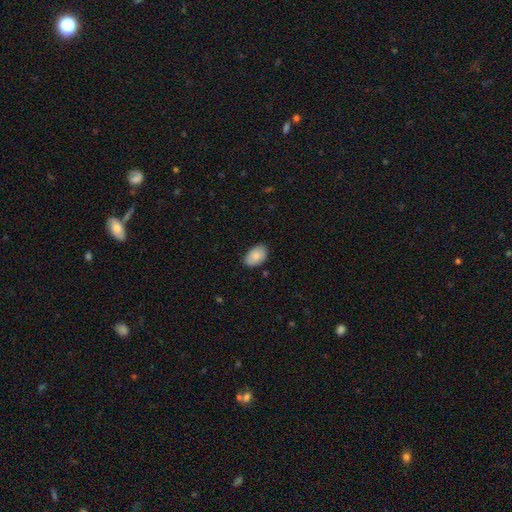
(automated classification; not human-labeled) smooth-or-featured: smooth: 86% | featured or disk: 8% | star or artifact: 6%
  how-rounded: in between: 90% | round: 8% | cigar-shaped: 1%
  merging: none: 84% | minor disturbance: 13% | major disturbance: 2% | merger: 1%